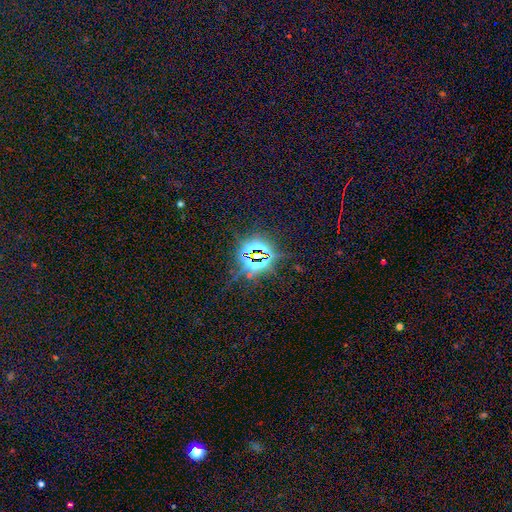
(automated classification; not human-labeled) Overall: star or artifact (83%).